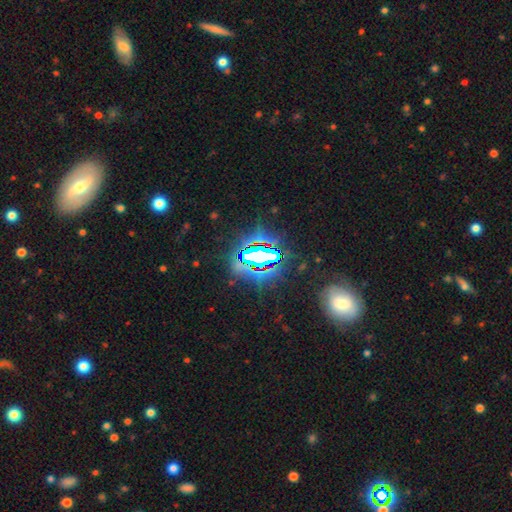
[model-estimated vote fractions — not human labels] Q: Smooth or featured?
A: star or artifact (78%); runner-up: smooth (11%)